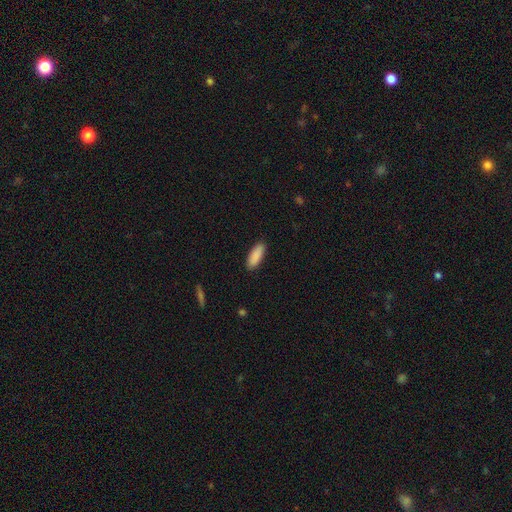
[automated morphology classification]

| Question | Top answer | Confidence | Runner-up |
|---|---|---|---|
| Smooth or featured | smooth | 90% | star or artifact (6%) |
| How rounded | in between | 69% | cigar-shaped (29%) |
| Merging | none | 90% | minor disturbance (8%) |